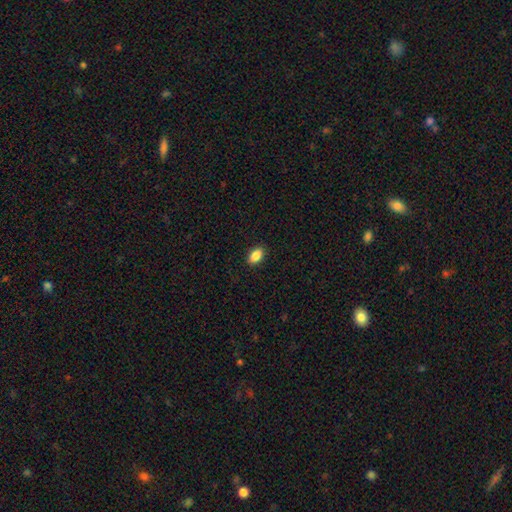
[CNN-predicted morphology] Smooth or featured? Predicted: smooth (p=0.87). How rounded? Predicted: in between (p=0.89). Merging? Predicted: none (p=0.90).